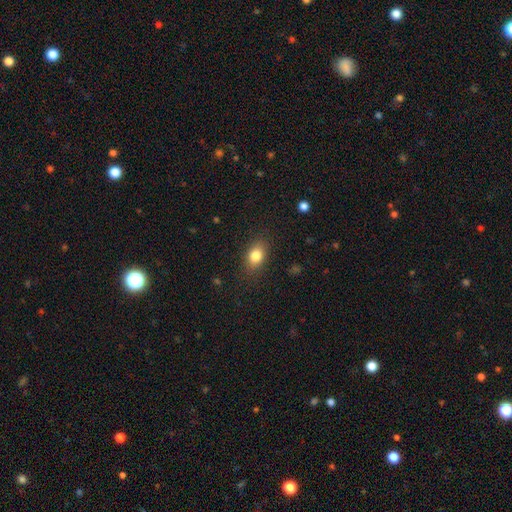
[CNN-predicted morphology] Overall: smooth (82%). How rounded: in between (74%). Merging: none (84%).